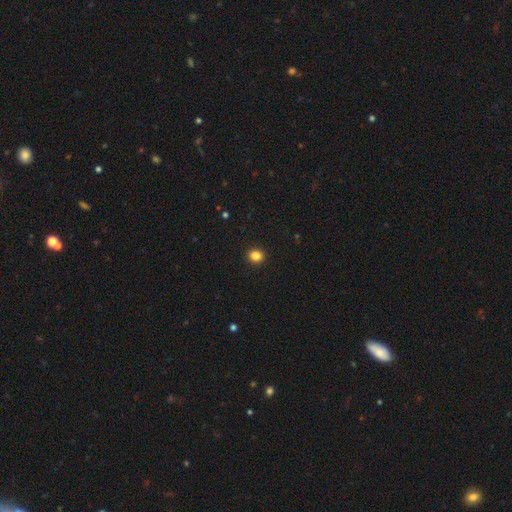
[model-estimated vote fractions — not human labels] Overall: smooth (85%). How rounded: round (79%). Merging: none (93%).